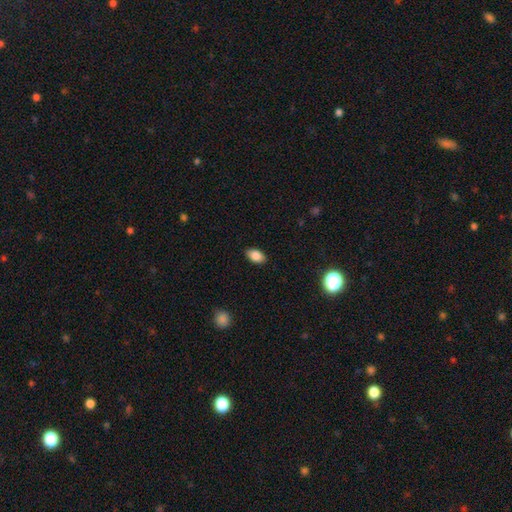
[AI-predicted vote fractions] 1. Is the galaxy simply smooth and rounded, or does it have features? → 86% smooth, 9% star or artifact, 5% featured or disk.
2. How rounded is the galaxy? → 91% in between, 7% round, 2% cigar-shaped.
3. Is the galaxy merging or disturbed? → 88% none, 9% minor disturbance, 2% major disturbance, 1% merger.